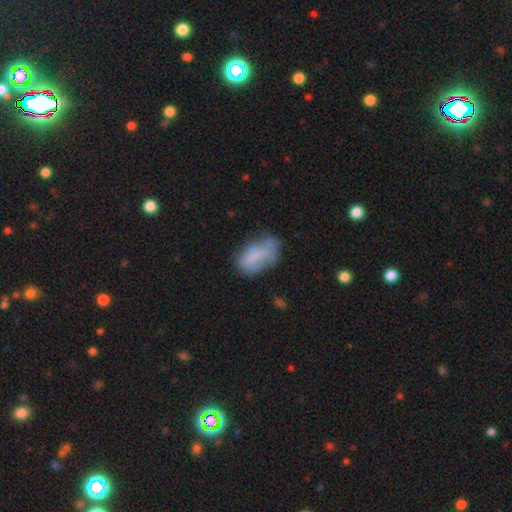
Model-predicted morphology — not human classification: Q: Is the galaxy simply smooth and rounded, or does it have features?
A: smooth — 67%.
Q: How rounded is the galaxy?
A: in between — 91%.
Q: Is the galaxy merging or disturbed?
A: none — 44%.